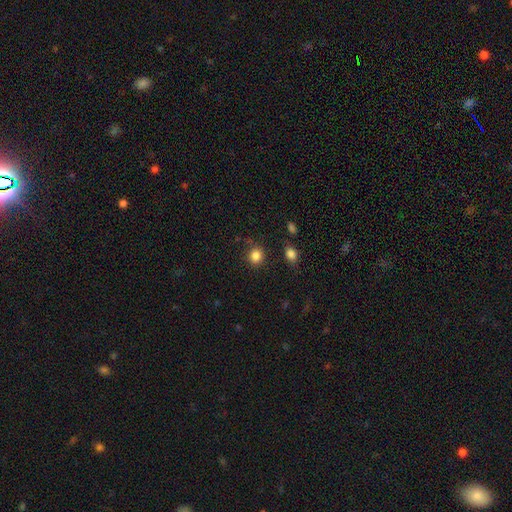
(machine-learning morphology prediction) A smooth galaxy with no disk features (84%) that is round (83%). Merging: none (82%).